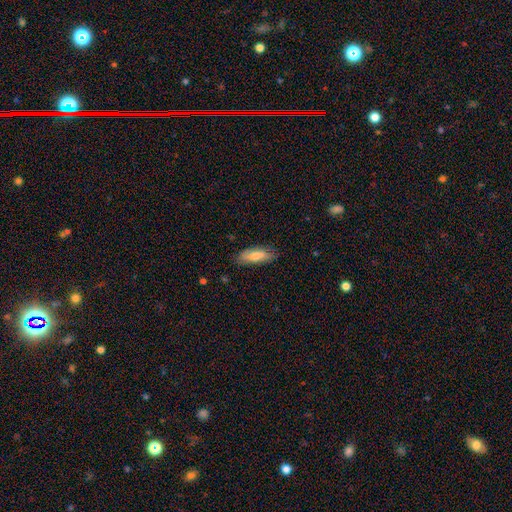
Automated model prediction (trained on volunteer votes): A smooth galaxy with no disk features (70%) that is in between round and cigar-shaped (64%). Merging: none (78%).